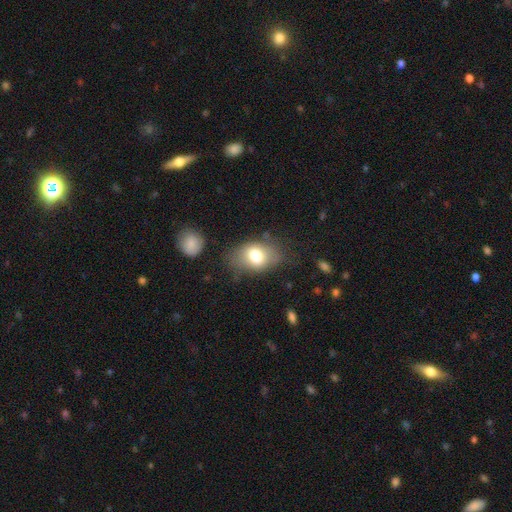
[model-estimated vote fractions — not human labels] A smooth galaxy with no disk features (72%) that is in between round and cigar-shaped (78%). Merging: none (66%).